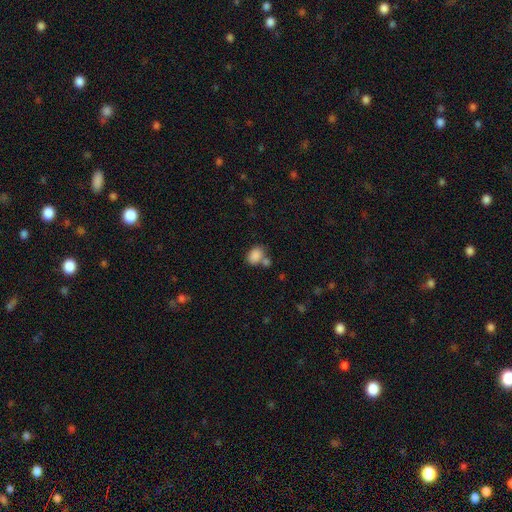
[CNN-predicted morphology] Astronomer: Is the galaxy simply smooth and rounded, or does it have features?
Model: smooth — 85%.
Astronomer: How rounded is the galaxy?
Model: in between — 76%.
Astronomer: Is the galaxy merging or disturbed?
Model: none — 48% (runner-up: merger, 32%).